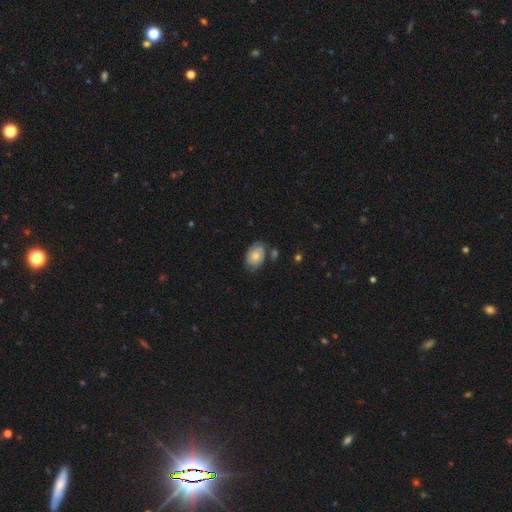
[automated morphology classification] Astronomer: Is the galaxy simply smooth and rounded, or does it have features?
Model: smooth — 51% (runner-up: featured or disk, 42%).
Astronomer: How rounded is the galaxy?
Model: in between — 83%.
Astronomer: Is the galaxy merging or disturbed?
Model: none — 65%.